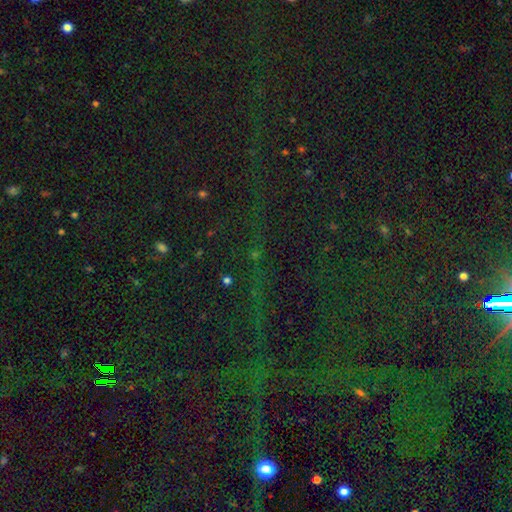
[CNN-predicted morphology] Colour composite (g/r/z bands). It shows a star or artifact, not a galaxy (79%).